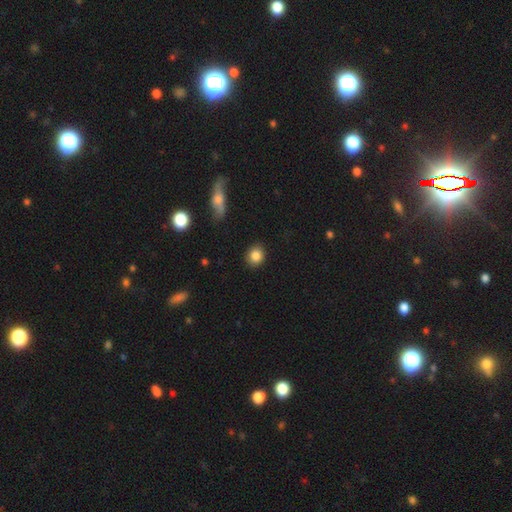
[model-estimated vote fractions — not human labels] smooth_or_featured: smooth (p=0.85) [alt: star or artifact p=0.09]
how_rounded: round (p=0.71) [alt: in between p=0.28]
merging: none (p=0.88) [alt: minor disturbance p=0.09]